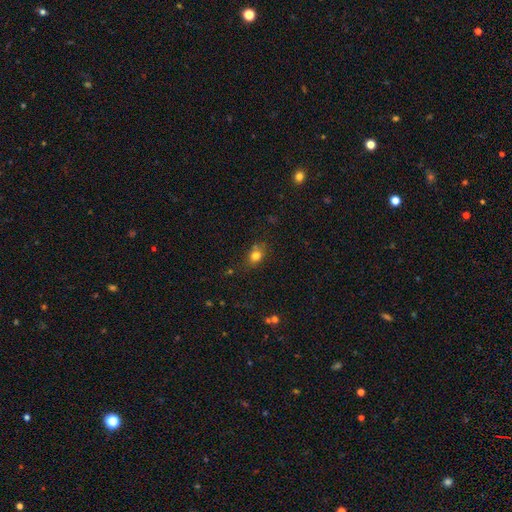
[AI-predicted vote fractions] Morphology: type=smooth (78%); roundness=in between (56%); merging=none (67%).